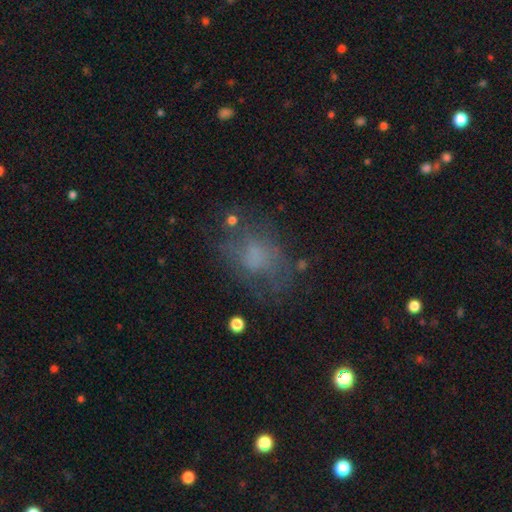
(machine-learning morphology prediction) A smooth galaxy with no disk features (52%) that is in between round and cigar-shaped (66%).

Vote fractions:
- Smooth or featured? smooth: 52% / featured or disk: 31% / star or artifact: 17%
- How rounded? in between: 66% / round: 32% / cigar-shaped: 2%
- Merging? none: 54% / minor disturbance: 22% / major disturbance: 21% / merger: 3%